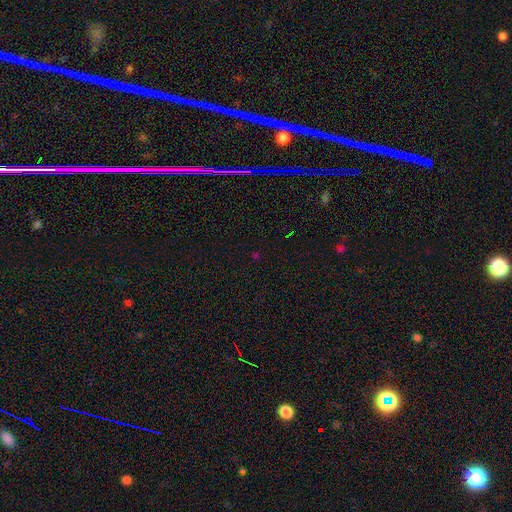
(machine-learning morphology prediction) The model was most divided on "smooth or featured": star or artifact: 62%, smooth: 31%, featured or disk: 7%.